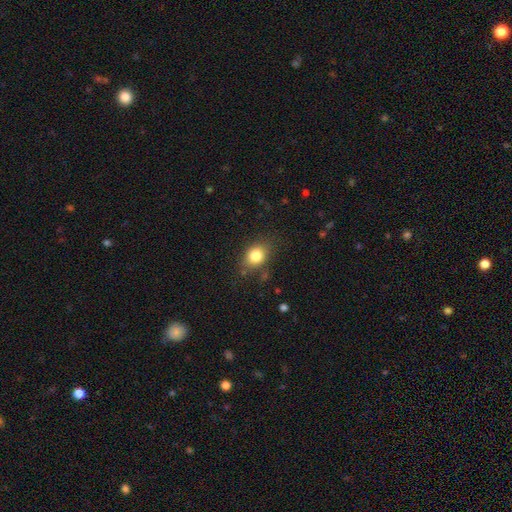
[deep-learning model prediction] A smooth galaxy with no disk features (81%) that is in between round and cigar-shaped (54%).

Vote fractions:
- Smooth or featured? smooth: 81% / star or artifact: 10% / featured or disk: 9%
- How rounded? in between: 54% / round: 45% / cigar-shaped: 1%
- Merging? none: 77% / minor disturbance: 16% / major disturbance: 5% / merger: 2%